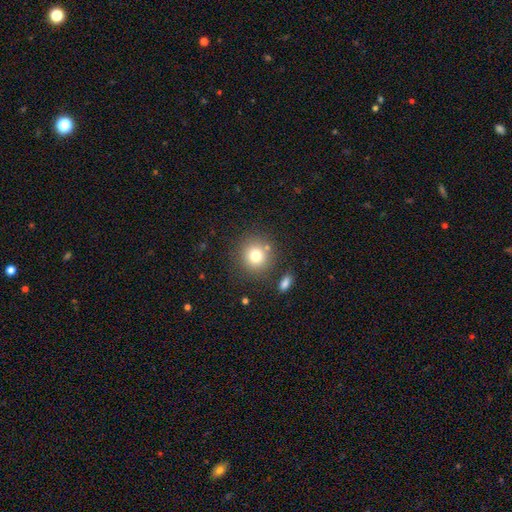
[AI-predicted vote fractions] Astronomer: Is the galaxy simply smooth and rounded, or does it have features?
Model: smooth — 76%.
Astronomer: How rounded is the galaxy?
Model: round — 91%.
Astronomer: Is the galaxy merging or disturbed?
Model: none — 79%.